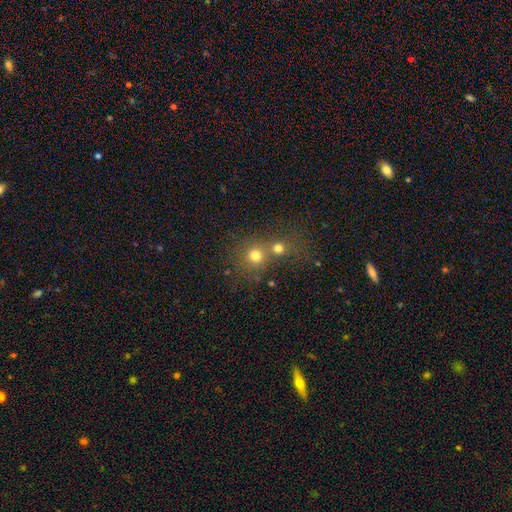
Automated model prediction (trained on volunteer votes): This is likely a smooth galaxy (73%). How rounded: clearly round (88%). Merging: possibly none (48%).